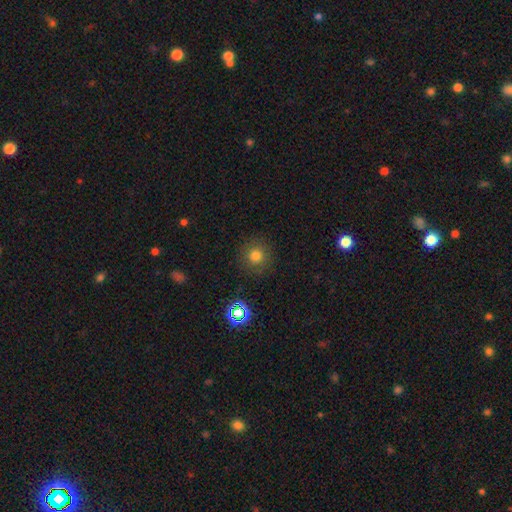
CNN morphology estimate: The model was most divided on "smooth or featured": smooth: 77%, star or artifact: 16%, featured or disk: 7%. More confident: how rounded — round (94%); merging — none (89%).